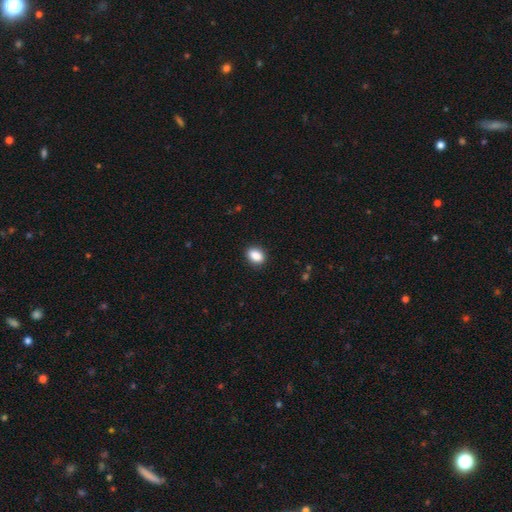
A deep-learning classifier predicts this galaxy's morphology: Smooth or featured? Predicted: smooth (p=0.89). How rounded? Predicted: in between (p=0.74). Merging? Predicted: none (p=0.89).